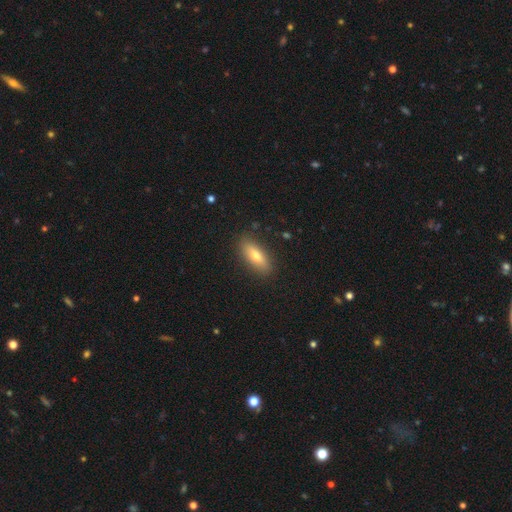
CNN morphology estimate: Smooth or featured? Predicted: smooth (p=0.69). How rounded? Predicted: in between (p=0.68). Merging? Predicted: none (p=0.87).